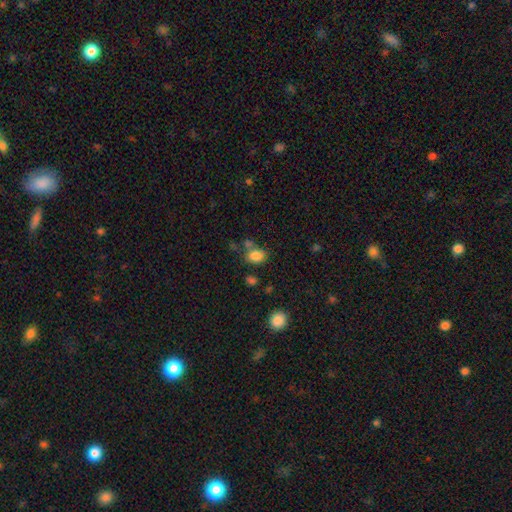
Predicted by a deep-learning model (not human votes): This is clearly a smooth galaxy (83%). How rounded: likely in between (65%). Merging: possibly none (59%).